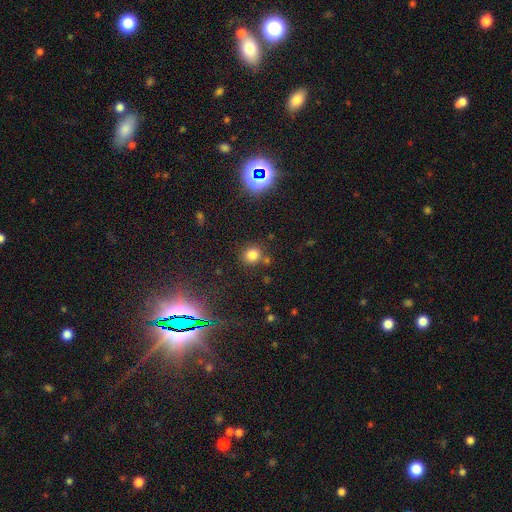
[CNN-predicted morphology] Smooth or featured? smooth (75%)
How rounded? round (86%)
Merging? none (79%)